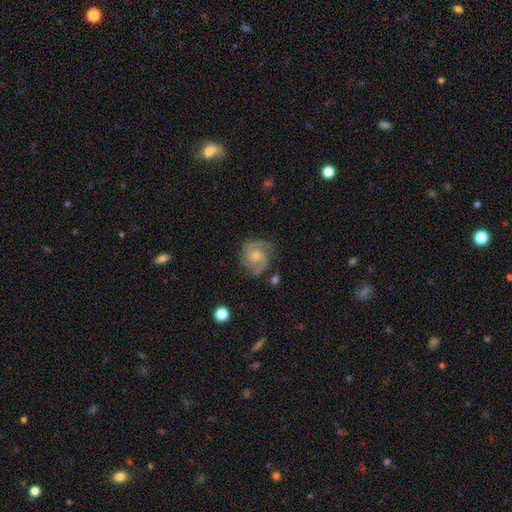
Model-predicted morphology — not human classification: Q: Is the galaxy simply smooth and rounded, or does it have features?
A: featured or disk — 82%.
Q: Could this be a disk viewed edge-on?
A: no — 98%.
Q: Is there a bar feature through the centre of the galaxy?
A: no — 66%.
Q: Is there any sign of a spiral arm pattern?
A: yes — 97%.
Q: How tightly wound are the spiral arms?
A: medium — 45%.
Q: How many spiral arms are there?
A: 2 — 66%.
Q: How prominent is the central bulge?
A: moderate — 51%.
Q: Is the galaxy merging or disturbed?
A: none — 77%.